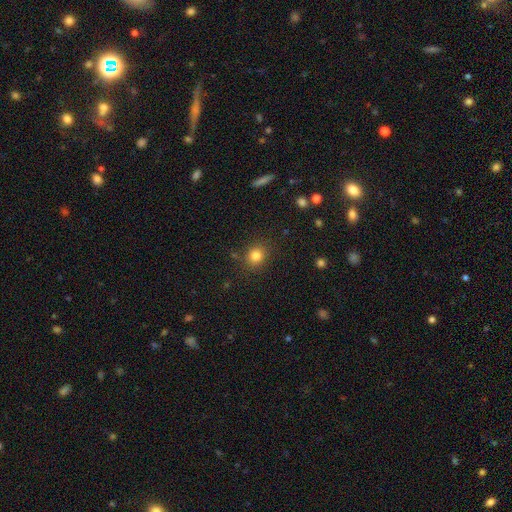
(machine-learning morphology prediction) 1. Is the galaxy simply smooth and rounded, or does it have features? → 83% smooth, 12% star or artifact, 5% featured or disk.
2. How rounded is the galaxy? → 79% round, 20% in between, 1% cigar-shaped.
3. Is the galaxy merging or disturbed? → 85% none, 9% minor disturbance, 3% major disturbance, 2% merger.